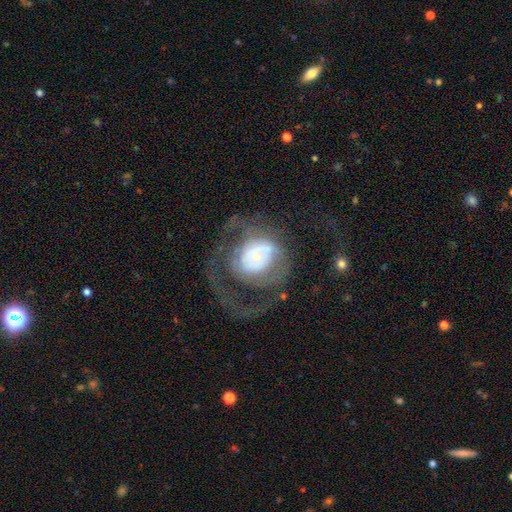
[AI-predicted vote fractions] Smooth or featured? Predicted: featured or disk (p=0.65). Edge-on disk? Predicted: no (p=0.97). Bar? Predicted: no (p=0.77). Spiral arms? Predicted: yes (p=0.63). Bulge size? Predicted: small (p=0.47). Merging? Predicted: major disturbance (p=0.50).